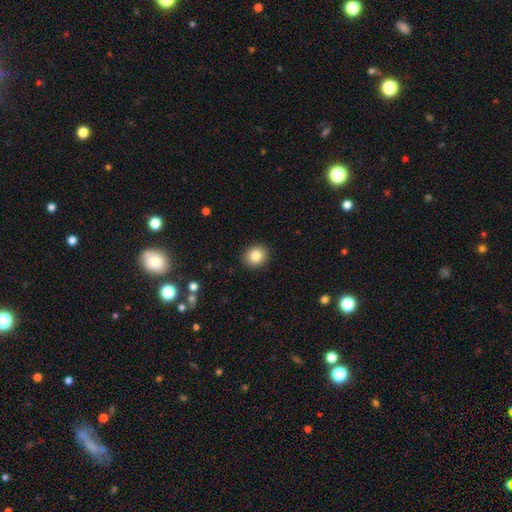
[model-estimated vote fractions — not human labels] Smooth or featured? Predicted: smooth (p=0.84). How rounded? Predicted: round (p=0.80). Merging? Predicted: none (p=0.92).